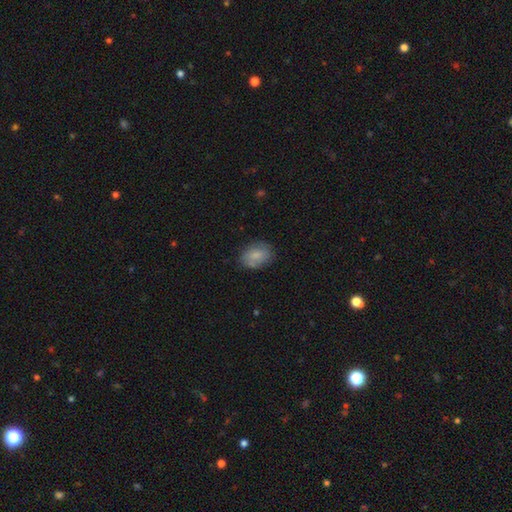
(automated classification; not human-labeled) smooth-or-featured: smooth: 77% | featured or disk: 15% | star or artifact: 7%
  how-rounded: in between: 78% | round: 20% | cigar-shaped: 1%
  merging: none: 77% | minor disturbance: 17% | major disturbance: 4% | merger: 1%